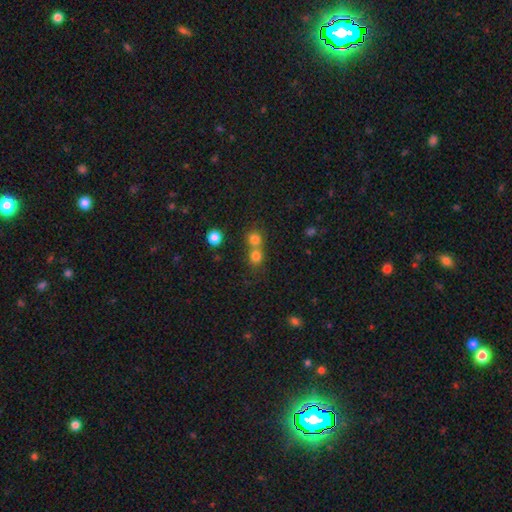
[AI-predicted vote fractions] Smooth or featured?
  - smooth: 76% *
  - star or artifact: 16%
  - featured or disk: 8%
How rounded?
  - round: 84% *
  - in between: 15%
  - cigar-shaped: 1%
Merging?
  - merger: 49% *
  - none: 44%
  - minor disturbance: 5%
  - major disturbance: 2%